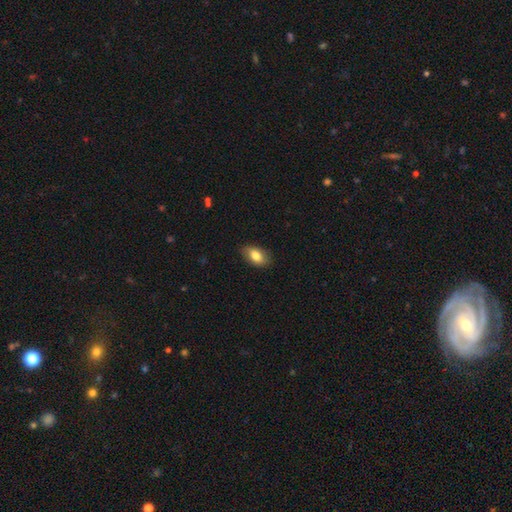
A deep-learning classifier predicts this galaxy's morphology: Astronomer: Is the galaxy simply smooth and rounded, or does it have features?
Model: smooth — 81%.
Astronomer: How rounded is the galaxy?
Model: in between — 90%.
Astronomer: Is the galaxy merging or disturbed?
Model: none — 83%.